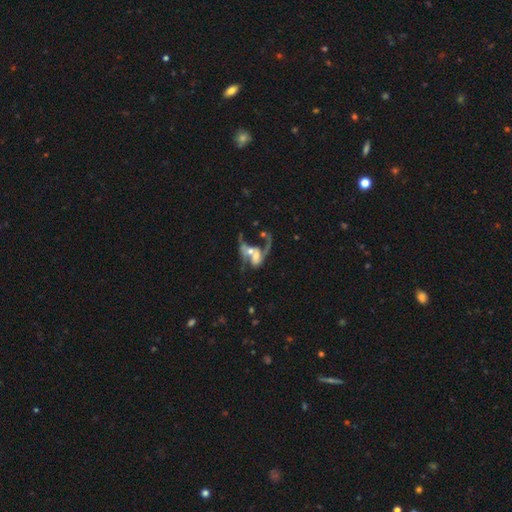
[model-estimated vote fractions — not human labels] Smooth or featured?
  - featured or disk: 68% *
  - smooth: 23%
  - star or artifact: 10%
Edge-on disk?
  - no: 96% *
  - yes: 4%
Bar?
  - no: 60% *
  - weak: 29%
  - strong: 12%
Spiral arms?
  - yes: 72% *
  - no: 28%
Bulge size?
  - moderate: 40% *
  - small: 27%
  - none: 16%
  - large: 14%
  - dominant: 3%
Merging?
  - merger: 62% *
  - major disturbance: 19%
  - none: 12%
  - minor disturbance: 6%